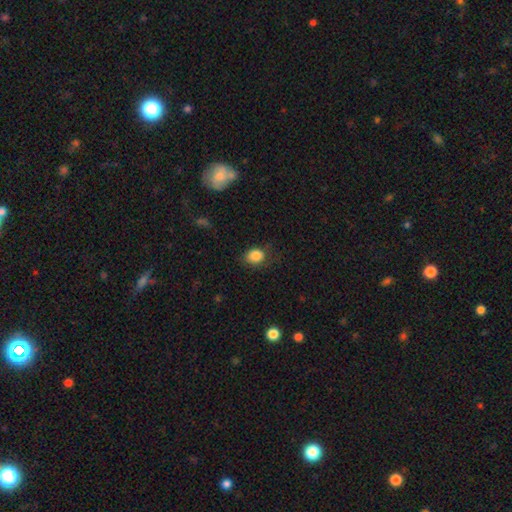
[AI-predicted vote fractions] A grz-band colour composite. It shows a smooth galaxy with no disk features (85%) that is round (57%). Merging: none (72%).